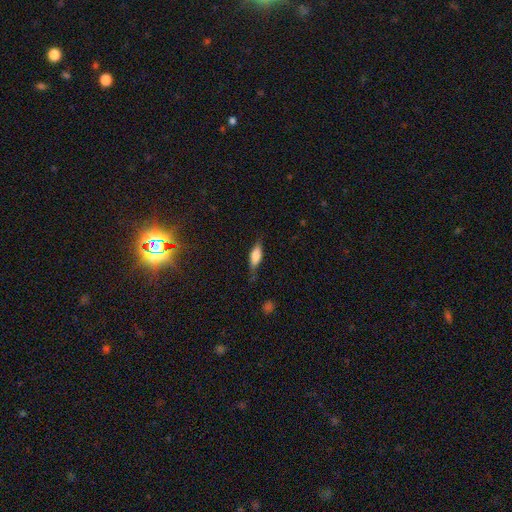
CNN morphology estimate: smooth-or-featured: smooth: 65% | featured or disk: 27% | star or artifact: 7%
  how-rounded: in between: 64% | cigar-shaped: 33% | round: 3%
  merging: none: 70% | minor disturbance: 22% | major disturbance: 6% | merger: 2%